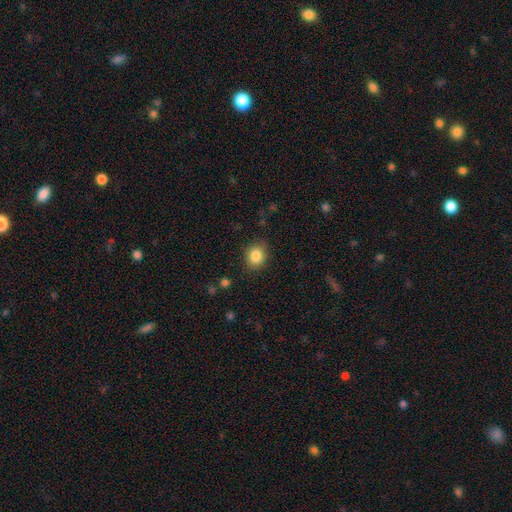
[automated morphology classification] smooth 85%, star or artifact 9%, featured or disk 6%. Down the decision tree: how rounded — round (64%); merging — none (84%).